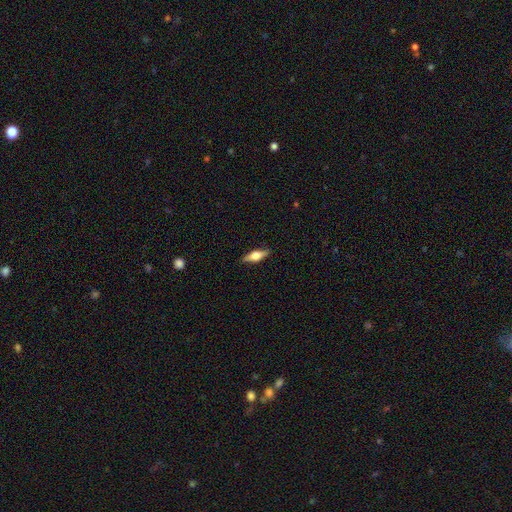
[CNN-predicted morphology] This is possibly a featured or disk galaxy (54%). It is clearly viewed edge-on (94%). Edge-on bulge: clearly rounded (92%). Merging: clearly none (88%).